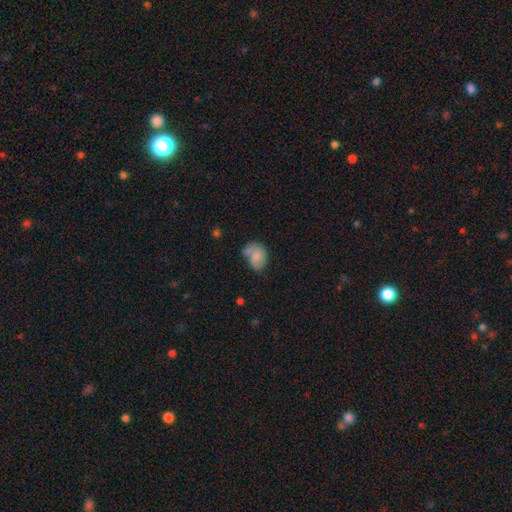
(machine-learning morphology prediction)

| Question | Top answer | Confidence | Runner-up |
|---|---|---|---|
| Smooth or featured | smooth | 69% | featured or disk (22%) |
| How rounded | in between | 69% | round (30%) |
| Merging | none | 36% | minor disturbance (28%) |